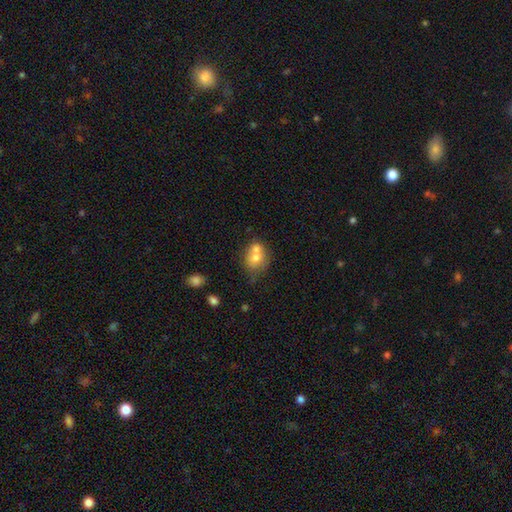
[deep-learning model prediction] Smooth or featured: smooth — 68% (featured or disk — 22%)
How rounded: round — 60% (in between — 39%)
Merging: merger — 55% (none — 30%)